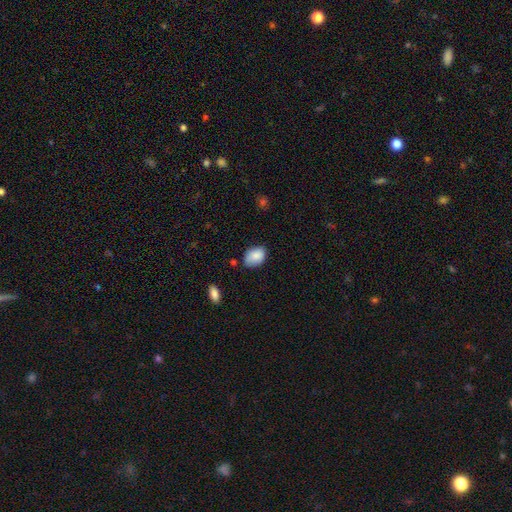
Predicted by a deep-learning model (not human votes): Smooth or featured? Predicted: smooth (p=0.85). How rounded? Predicted: in between (p=0.83). Merging? Predicted: none (p=0.66).